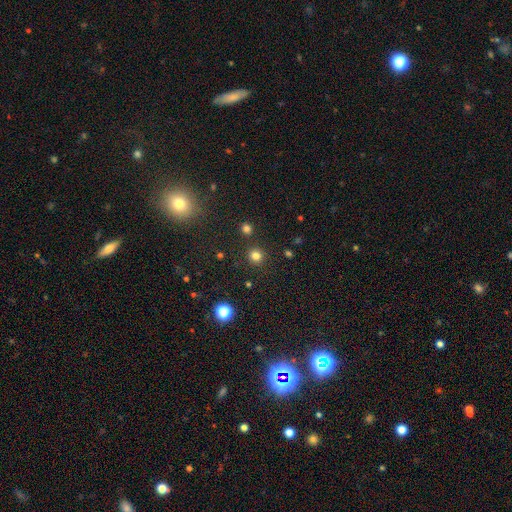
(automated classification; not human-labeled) smooth_or_featured: smooth (p=0.79) [alt: star or artifact p=0.16]
how_rounded: round (p=0.93) [alt: in between p=0.06]
merging: none (p=0.89) [alt: minor disturbance p=0.06]